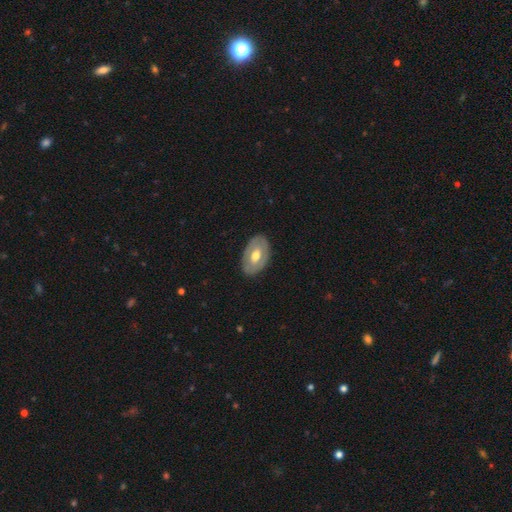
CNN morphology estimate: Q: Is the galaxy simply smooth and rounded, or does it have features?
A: featured or disk — 51%.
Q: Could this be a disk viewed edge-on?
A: no — 89%.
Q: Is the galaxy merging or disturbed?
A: none — 83%.